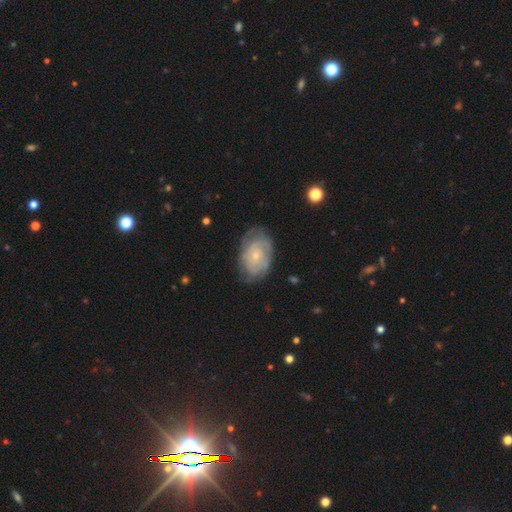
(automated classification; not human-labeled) Morphology: type=featured or disk (61%); edge-on=no (96%); bar=no (82%); spiral arms=yes (72%); bulge=small (75%); merging=none (67%).